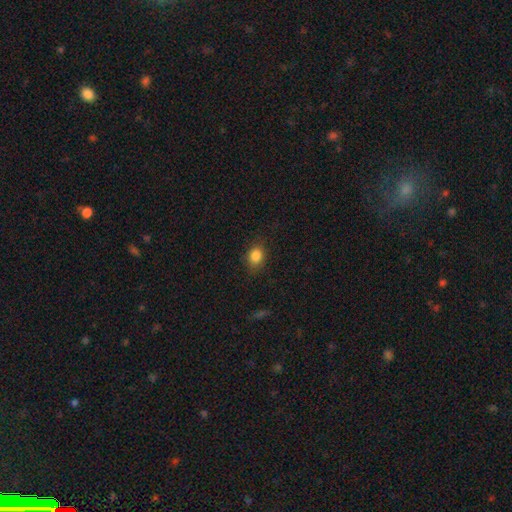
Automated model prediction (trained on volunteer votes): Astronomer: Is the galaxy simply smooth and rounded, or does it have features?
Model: smooth — 85%.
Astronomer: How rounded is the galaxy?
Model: in between — 52% (runner-up: round, 47%).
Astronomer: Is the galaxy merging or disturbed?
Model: none — 81%.